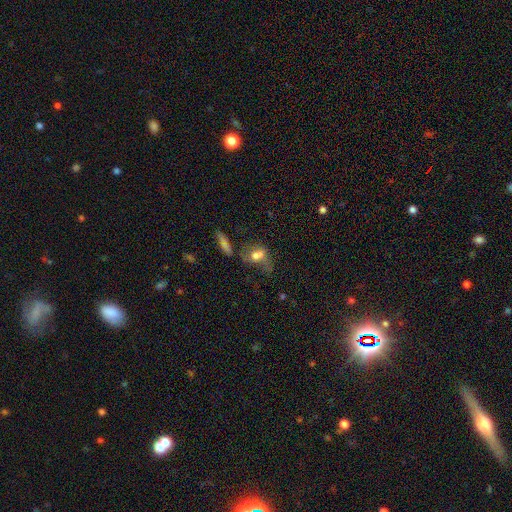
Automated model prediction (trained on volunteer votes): smooth 54%, featured or disk 31%, star or artifact 14%. Down the decision tree: how rounded — in between (67%); merging — merger (40%).